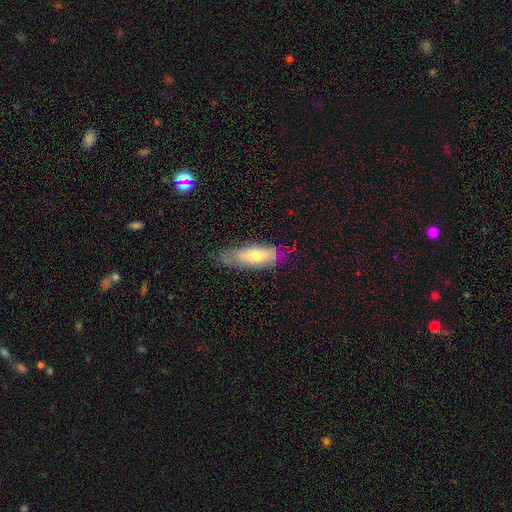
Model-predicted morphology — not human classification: Smooth or featured?
  - smooth: 55% *
  - featured or disk: 38%
  - star or artifact: 7%
How rounded?
  - in between: 66% *
  - cigar-shaped: 31%
  - round: 2%
Merging?
  - none: 69% *
  - minor disturbance: 23%
  - major disturbance: 6%
  - merger: 1%